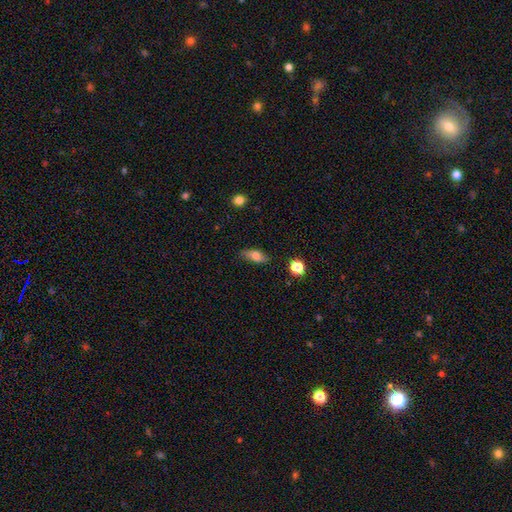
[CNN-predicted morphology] Q: Smooth or featured?
A: smooth (77%); runner-up: featured or disk (15%)
Q: How rounded?
A: in between (78%); runner-up: cigar-shaped (16%)
Q: Merging?
A: none (76%); runner-up: minor disturbance (18%)